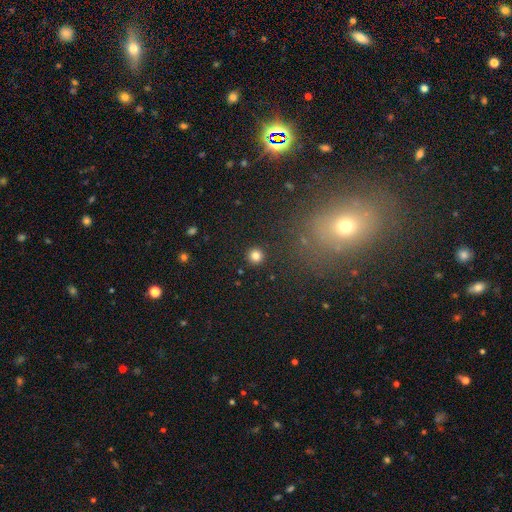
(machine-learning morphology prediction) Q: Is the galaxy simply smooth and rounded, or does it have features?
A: smooth — 81%.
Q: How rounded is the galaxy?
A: round — 96%.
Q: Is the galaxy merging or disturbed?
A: none — 92%.